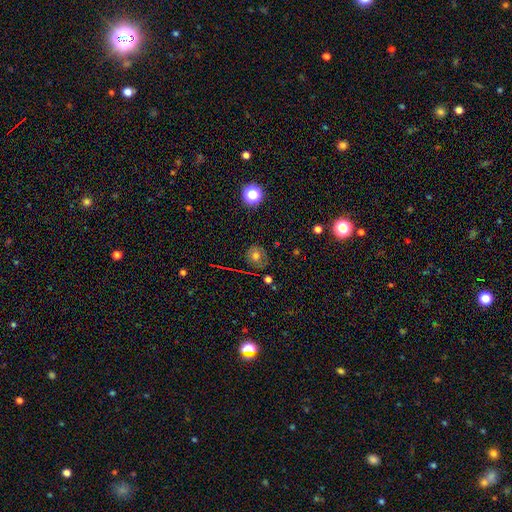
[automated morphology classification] Smooth or featured: smooth — 57% (featured or disk — 22%)
How rounded: round — 79% (in between — 20%)
Merging: none — 71% (minor disturbance — 19%)